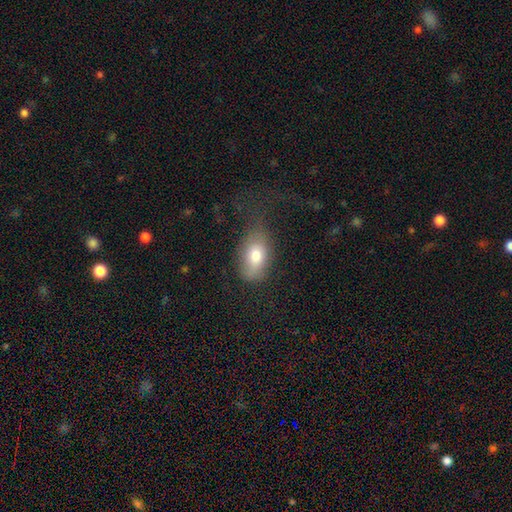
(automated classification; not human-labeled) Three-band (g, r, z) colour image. It shows a smooth galaxy with no disk features (77%) that is in between round and cigar-shaped (88%). Merging: none (51%).